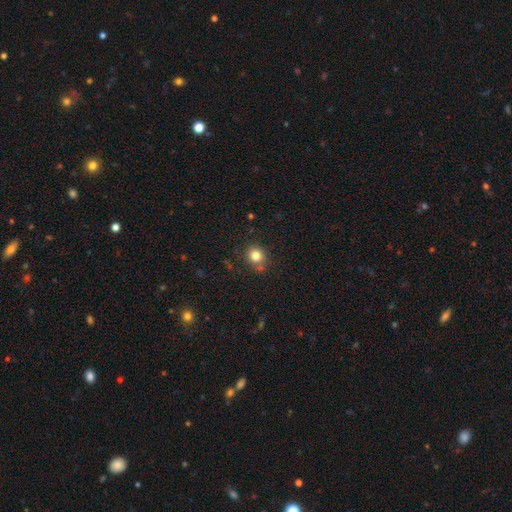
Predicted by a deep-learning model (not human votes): A smooth galaxy with no disk features (81%) that is round (82%).

Vote fractions:
- Smooth or featured? smooth: 81% / star or artifact: 12% / featured or disk: 7%
- How rounded? round: 82% / in between: 18% / cigar-shaped: 1%
- Merging? none: 77% / minor disturbance: 14% / merger: 6% / major disturbance: 4%